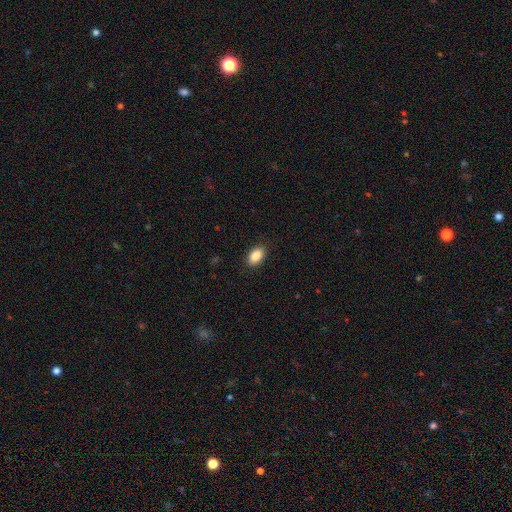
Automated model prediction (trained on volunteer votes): This is clearly a smooth galaxy (88%). How rounded: clearly in between (90%). Merging: clearly none (89%).